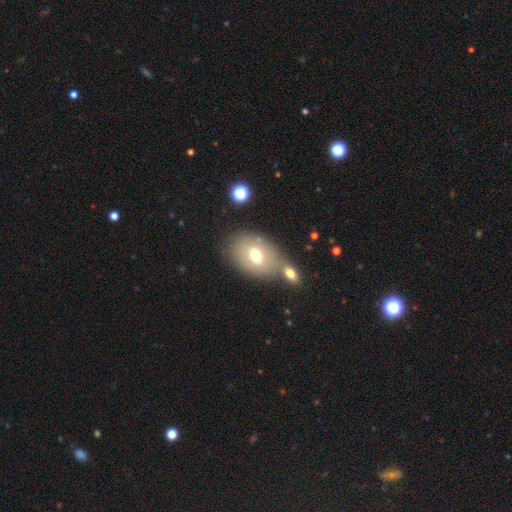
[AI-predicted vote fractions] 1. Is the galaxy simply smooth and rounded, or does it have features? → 65% smooth, 26% featured or disk, 10% star or artifact.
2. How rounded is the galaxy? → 78% in between, 20% round, 1% cigar-shaped.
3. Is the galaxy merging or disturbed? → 48% none, 34% merger, 13% minor disturbance, 5% major disturbance.